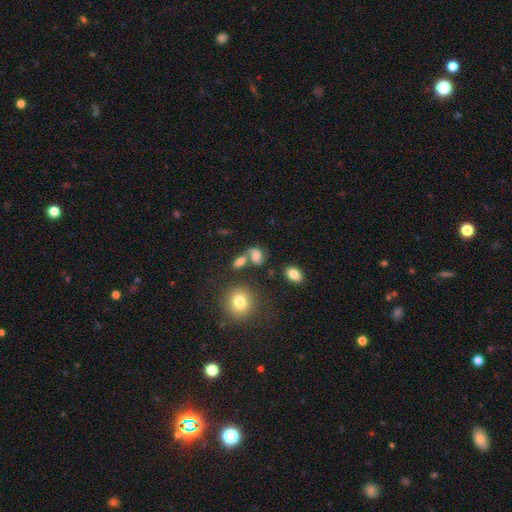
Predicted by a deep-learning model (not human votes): This appears to be a smooth galaxy with no disk features (49%). Merging: none (44%).